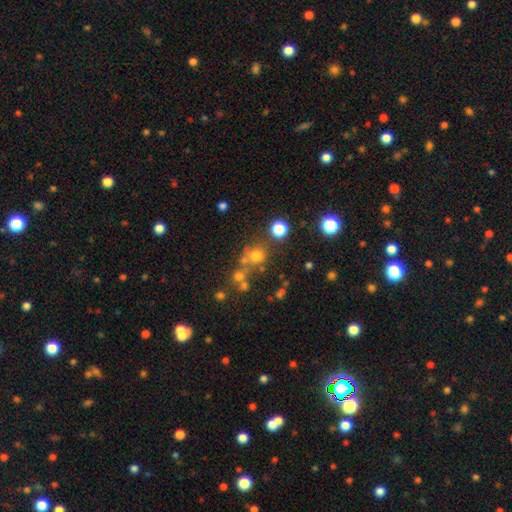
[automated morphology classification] Q: Smooth or featured?
A: smooth (63%); runner-up: star or artifact (24%)
Q: How rounded?
A: round (87%); runner-up: in between (12%)
Q: Merging?
A: none (59%); runner-up: merger (23%)